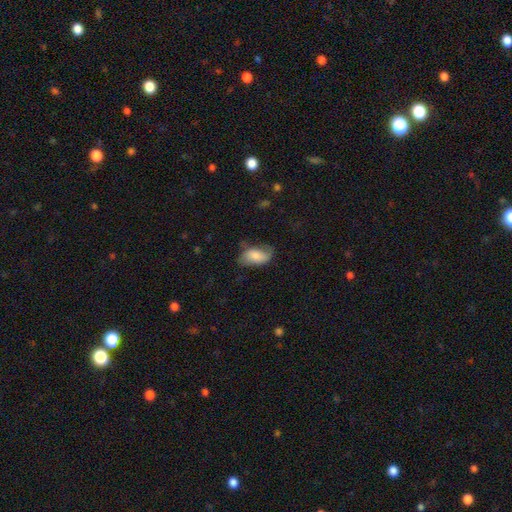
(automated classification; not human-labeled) This is likely a smooth galaxy (66%). How rounded: clearly in between (92%). Merging: possibly none (50%).